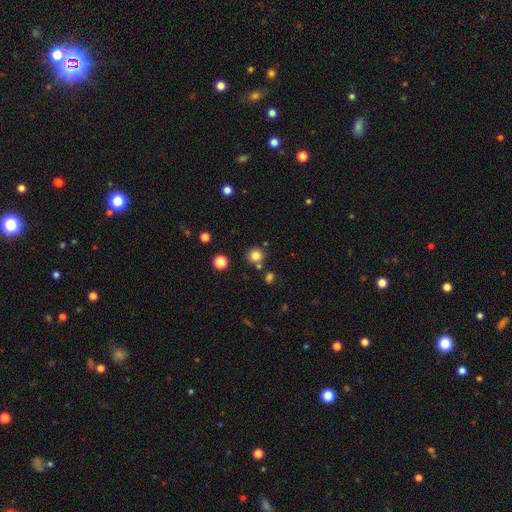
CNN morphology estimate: Overall: smooth (81%). How rounded: round (92%). Merging: none (80%).